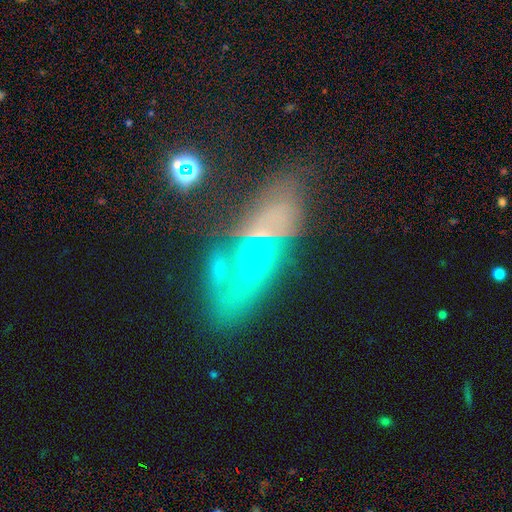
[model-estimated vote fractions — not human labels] A featured or disk galaxy (48%).

Vote fractions:
- Smooth or featured? featured or disk: 48% / smooth: 31% / star or artifact: 21%
- Merging? none: 33% / merger: 30% / major disturbance: 21% / minor disturbance: 17%